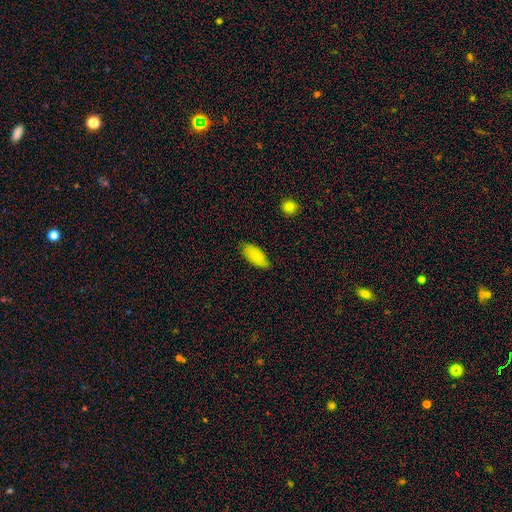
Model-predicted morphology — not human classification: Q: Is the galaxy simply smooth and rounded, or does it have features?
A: smooth — 84%.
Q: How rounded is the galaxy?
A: in between — 92%.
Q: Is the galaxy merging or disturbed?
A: none — 79%.